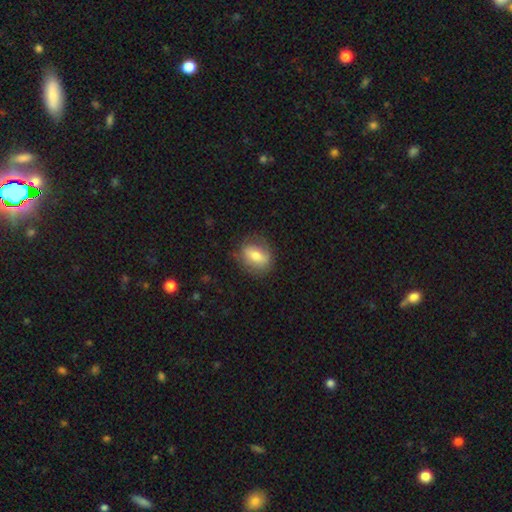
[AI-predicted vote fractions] Morphology: type=smooth (69%); roundness=in between (65%); merging=none (75%).